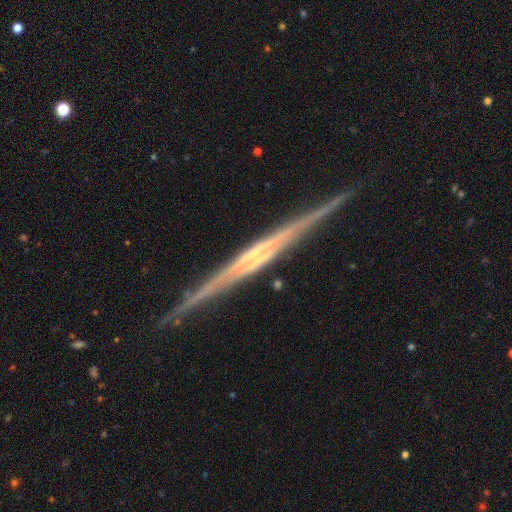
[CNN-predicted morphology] Smooth or featured: featured or disk — 86% (smooth — 8%)
Edge-on disk: yes — 98% (no — 2%)
Edge-on bulge: rounded — 44% (none — 33%)
Merging: none — 90% (minor disturbance — 8%)